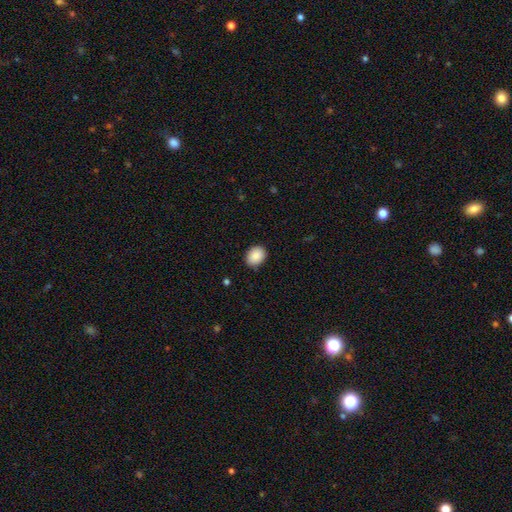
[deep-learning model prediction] smooth_or_featured: smooth (p=0.89) [alt: star or artifact p=0.07]
how_rounded: in between (p=0.56) [alt: round p=0.43]
merging: none (p=0.87) [alt: minor disturbance p=0.10]